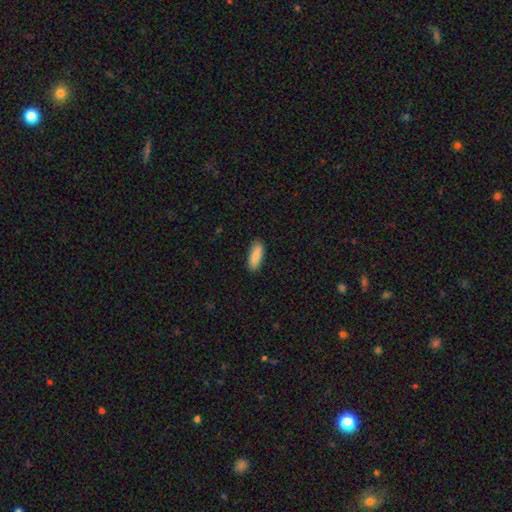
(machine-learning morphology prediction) type=smooth (86%); roundness=in between (60%); merging=none (88%).